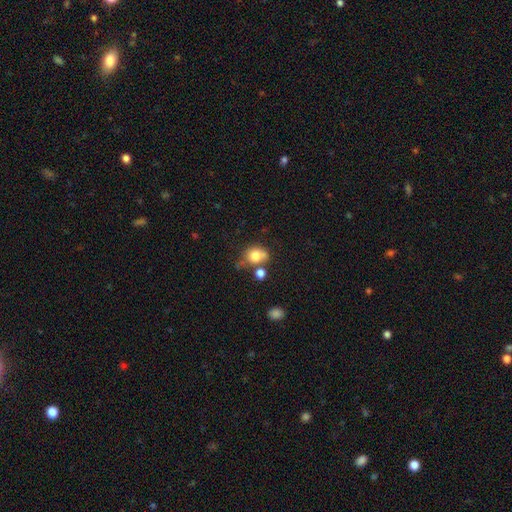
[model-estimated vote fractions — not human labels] Smooth or featured?
  - smooth: 78% *
  - featured or disk: 12%
  - star or artifact: 10%
How rounded?
  - round: 58% *
  - in between: 41%
  - cigar-shaped: 1%
Merging?
  - none: 41% *
  - merger: 25%
  - minor disturbance: 23%
  - major disturbance: 11%